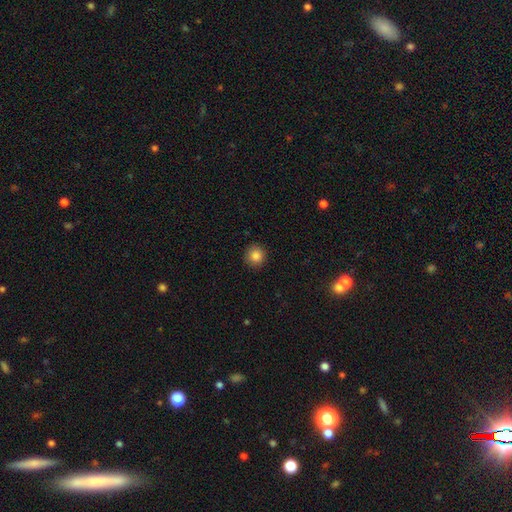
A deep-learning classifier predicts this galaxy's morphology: A smooth galaxy with no disk features (85%) that is round (93%).

Vote fractions:
- Smooth or featured? smooth: 85% / star or artifact: 10% / featured or disk: 5%
- How rounded? round: 93% / in between: 6% / cigar-shaped: 1%
- Merging? none: 91% / minor disturbance: 7% / major disturbance: 2% / merger: 1%